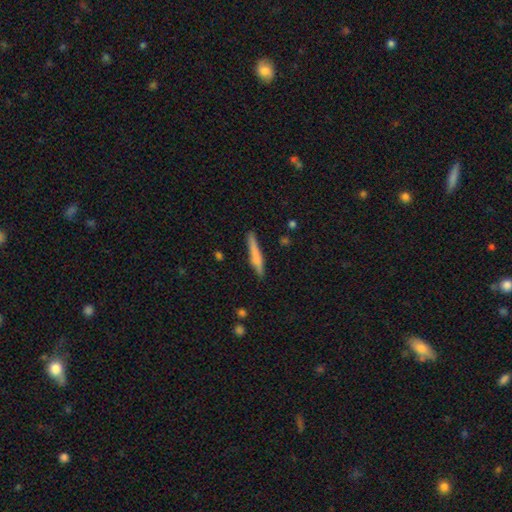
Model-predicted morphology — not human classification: smooth-or-featured: smooth: 66% | featured or disk: 28% | star or artifact: 6%
  how-rounded: cigar-shaped: 94% | in between: 5% | round: 2%
  merging: none: 82% | minor disturbance: 13% | major disturbance: 2% | merger: 2%